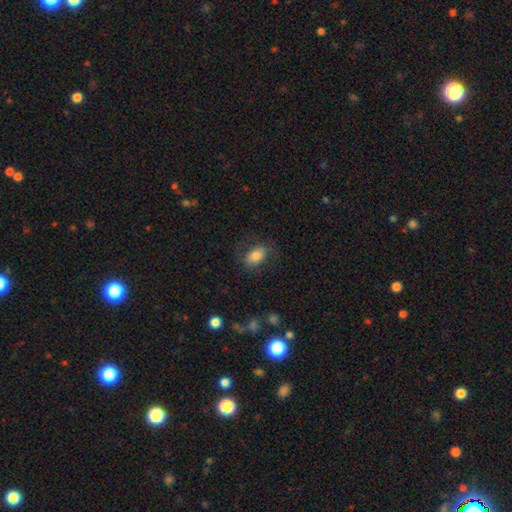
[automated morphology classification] The model was most divided on "merging": none: 71%, minor disturbance: 17%, major disturbance: 11%, merger: 1%. More confident: how rounded — in between (83%); smooth or featured — smooth (75%).